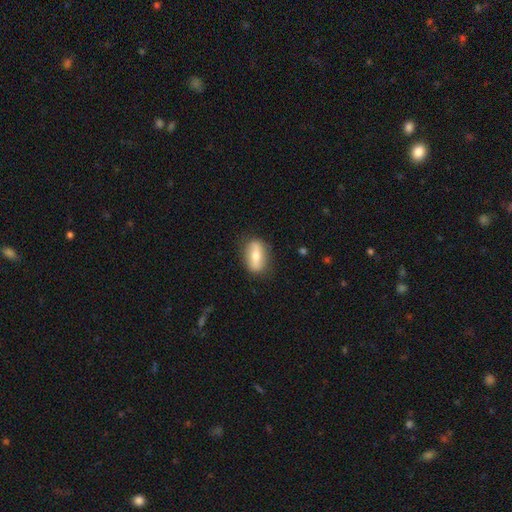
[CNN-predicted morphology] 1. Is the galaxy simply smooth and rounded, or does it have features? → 54% smooth, 39% featured or disk, 7% star or artifact.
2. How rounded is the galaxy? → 78% in between, 11% round, 11% cigar-shaped.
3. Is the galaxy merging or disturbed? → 82% none, 14% minor disturbance, 4% major disturbance, 1% merger.